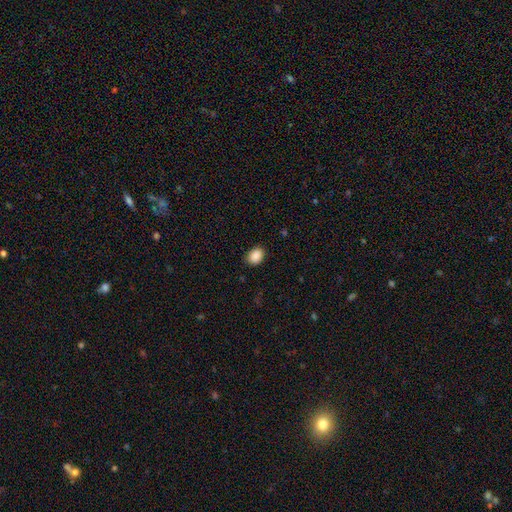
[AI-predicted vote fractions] Smooth or featured? smooth (89%)
How rounded? in between (64%)
Merging? none (86%)